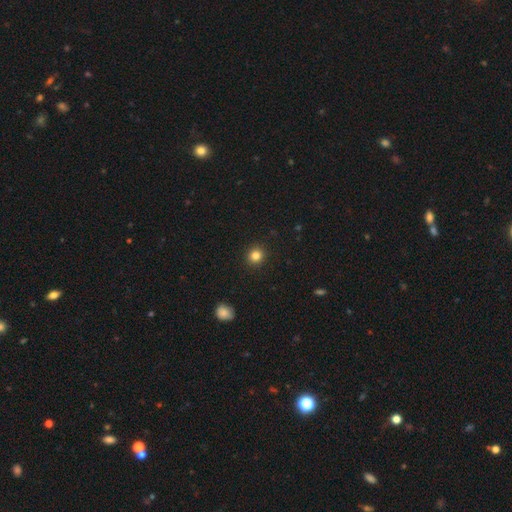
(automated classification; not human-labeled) Overall: smooth (83%). How rounded: round (90%). Merging: none (92%).